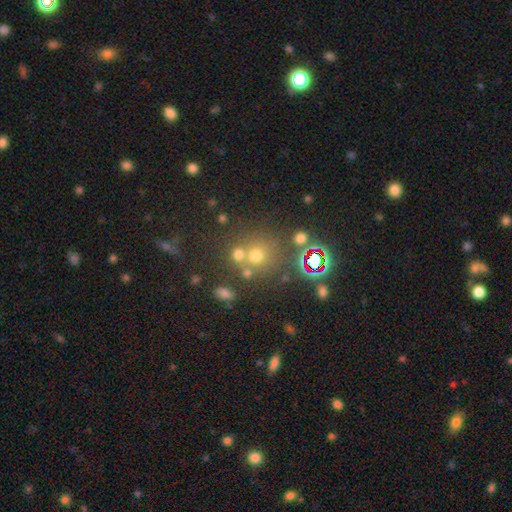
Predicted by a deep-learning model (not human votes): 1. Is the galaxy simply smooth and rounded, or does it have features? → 57% smooth, 32% star or artifact, 12% featured or disk.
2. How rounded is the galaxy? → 87% round, 12% in between, 1% cigar-shaped.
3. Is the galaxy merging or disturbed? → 60% none, 24% merger, 10% minor disturbance, 5% major disturbance.